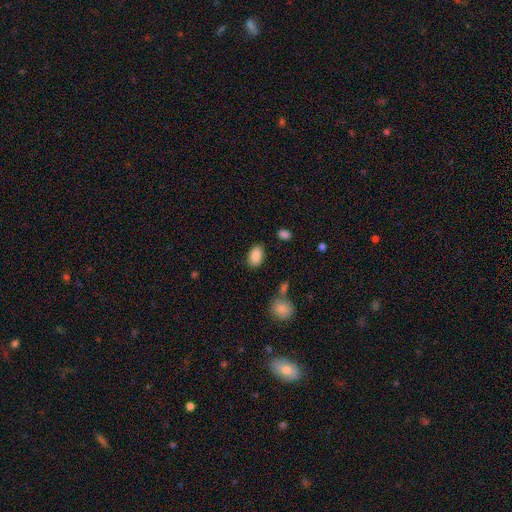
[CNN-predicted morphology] Smooth or featured?
  - smooth: 86% *
  - star or artifact: 7%
  - featured or disk: 6%
How rounded?
  - in between: 91% *
  - round: 7%
  - cigar-shaped: 2%
Merging?
  - none: 84% *
  - minor disturbance: 11%
  - major disturbance: 3%
  - merger: 3%